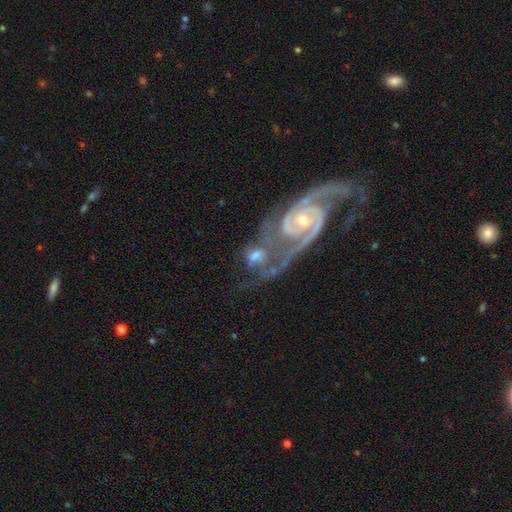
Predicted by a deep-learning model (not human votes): Smooth or featured? featured or disk (71%)
Edge-on disk? no (97%)
Bar? no (58%)
Spiral arms? yes (88%)
Spiral winding? tight (52%)
Spiral arm count? 2 (65%)
Bulge size? moderate (49%)
Merging? merger (52%)